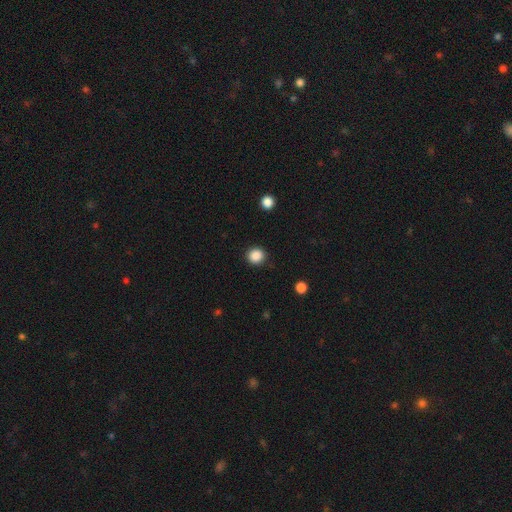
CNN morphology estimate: smooth-or-featured: smooth: 87% | star or artifact: 10% | featured or disk: 3%
  how-rounded: round: 88% | in between: 11% | cigar-shaped: 1%
  merging: none: 90% | minor disturbance: 7% | major disturbance: 2% | merger: 1%